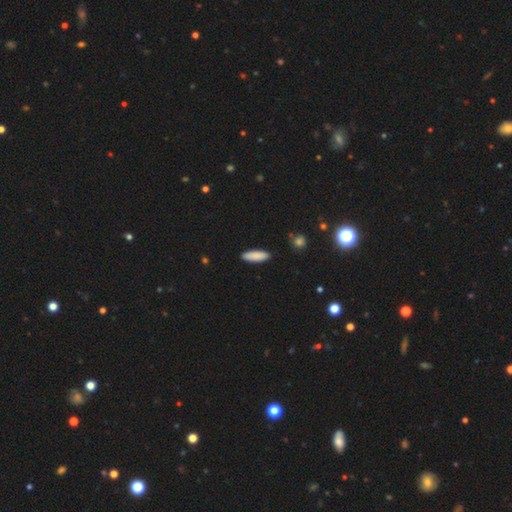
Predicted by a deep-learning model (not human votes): A smooth galaxy with no disk features (88%) that is cigar-shaped (50%). Merging: none (89%).